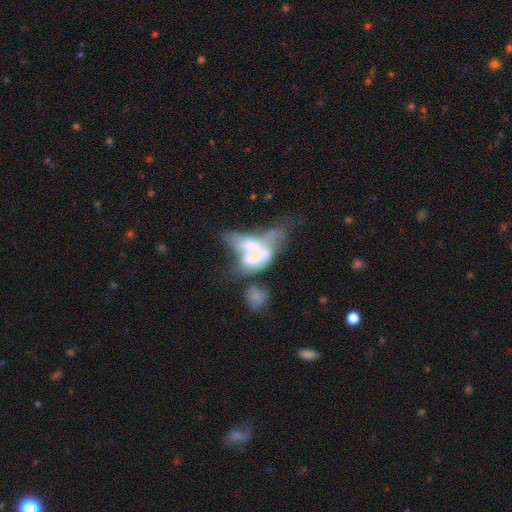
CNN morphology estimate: This appears to be a featured or disk galaxy (60%) with no bar (86%), no spiral arms (87%) and a moderate central bulge (36%). Merging: merger (63%).